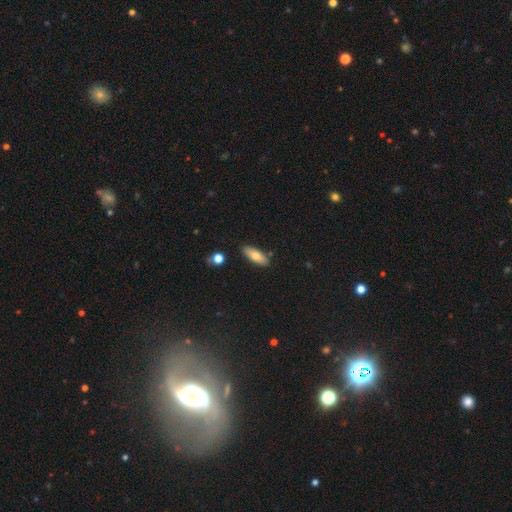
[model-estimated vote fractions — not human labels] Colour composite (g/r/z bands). It shows a smooth galaxy with no disk features (74%) that is in between round and cigar-shaped (67%). Merging: none (86%).